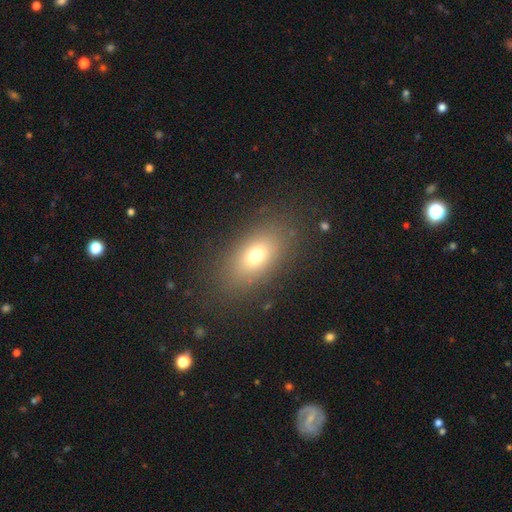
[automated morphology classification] This is likely a smooth galaxy (70%). How rounded: clearly in between (82%). Merging: clearly none (83%).